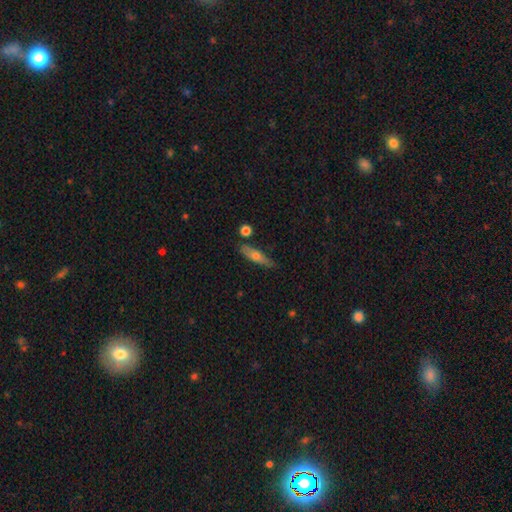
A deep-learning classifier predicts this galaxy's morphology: type=smooth (54%); roundness=cigar-shaped (73%); merging=none (79%).